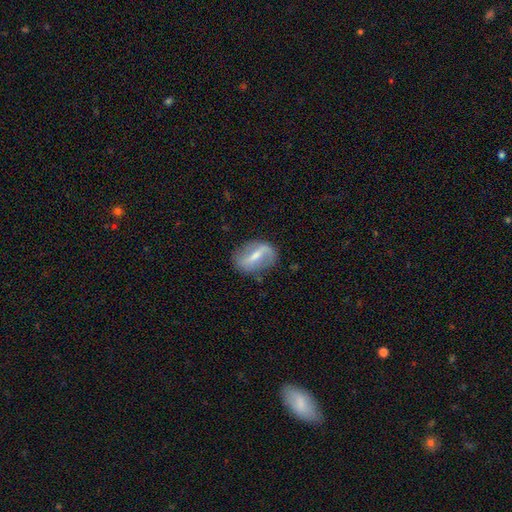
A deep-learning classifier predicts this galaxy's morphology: Overall: featured or disk (71%). Edge-on disk: no (92%). Bar: strong (55%; weak 34%). Spiral arms: yes (72%). Bulge size: moderate (46%; small 41%). Merging: none (74%).